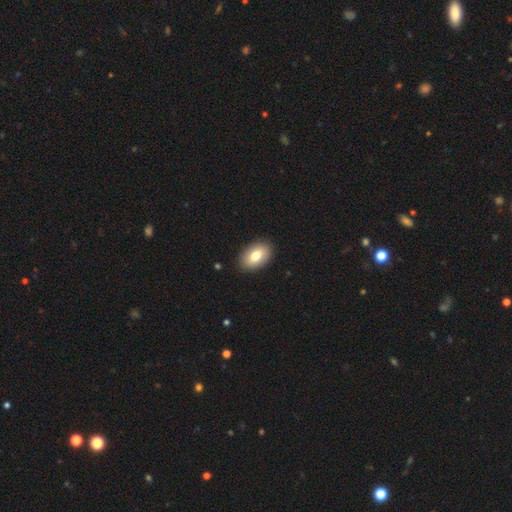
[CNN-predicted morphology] Overall: smooth (78%). How rounded: in between (90%). Merging: none (90%).